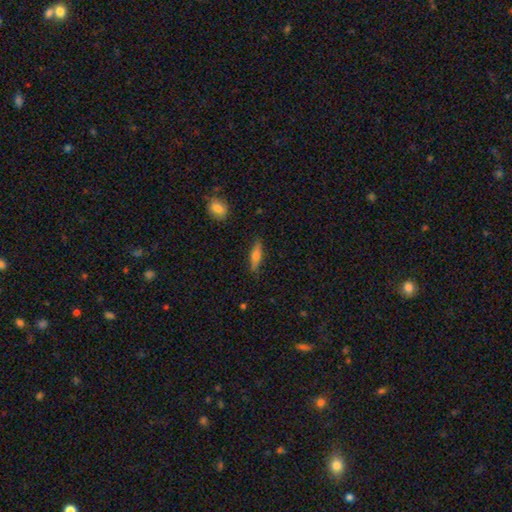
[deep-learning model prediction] A smooth galaxy with no disk features (57%) that is cigar-shaped (65%). Merging: none (85%).